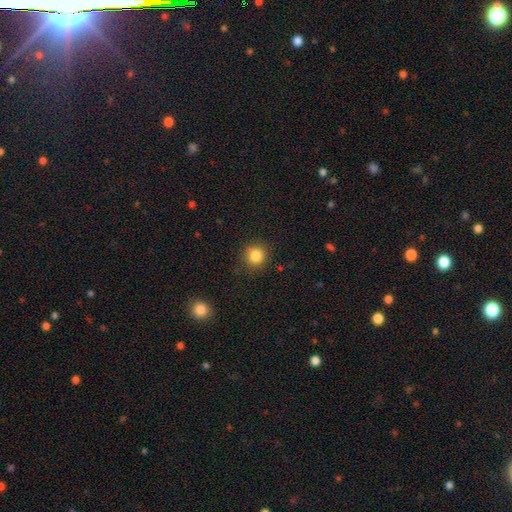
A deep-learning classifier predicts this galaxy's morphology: A smooth galaxy with no disk features (84%) that is round (90%). Merging: none (87%).